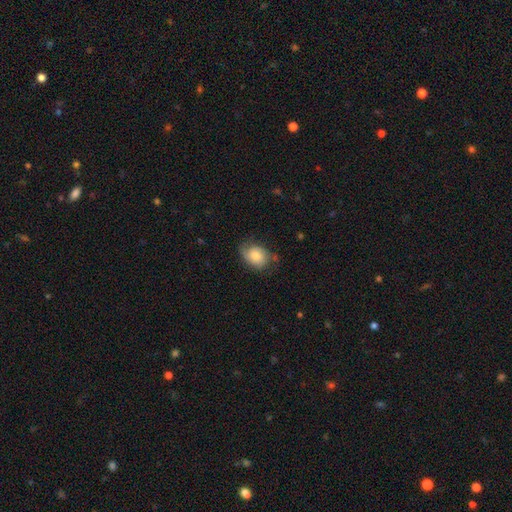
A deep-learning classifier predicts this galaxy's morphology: Smooth or featured?
  - smooth: 62% *
  - featured or disk: 30%
  - star or artifact: 8%
How rounded?
  - in between: 61% *
  - round: 38%
  - cigar-shaped: 1%
Merging?
  - none: 56% *
  - minor disturbance: 31%
  - major disturbance: 11%
  - merger: 2%